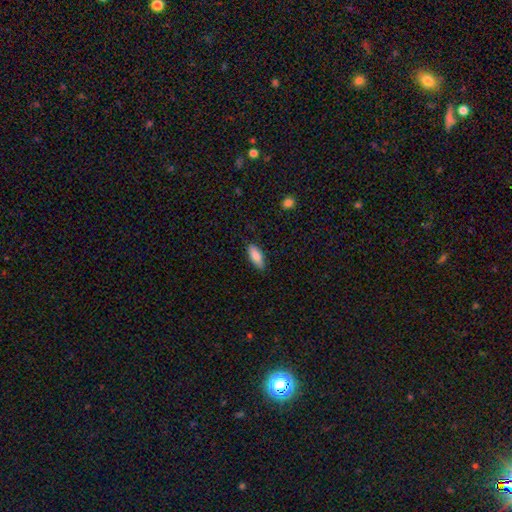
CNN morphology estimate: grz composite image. It shows a smooth galaxy with no disk features (84%) that is in between round and cigar-shaped (79%). Merging: none (84%).